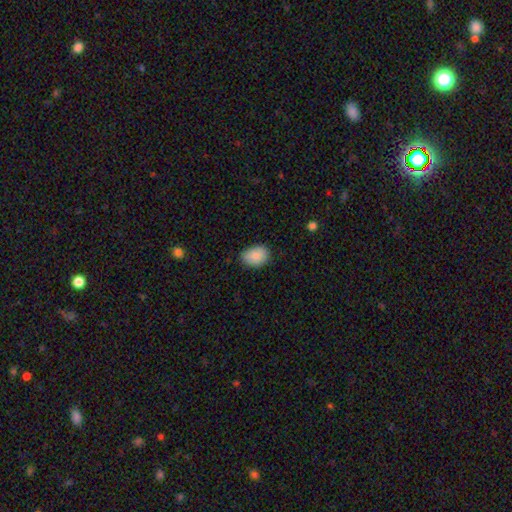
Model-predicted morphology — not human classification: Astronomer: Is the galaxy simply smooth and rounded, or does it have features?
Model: smooth — 88%.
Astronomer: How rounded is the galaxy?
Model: in between — 75%.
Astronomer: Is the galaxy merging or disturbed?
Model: none — 76%.